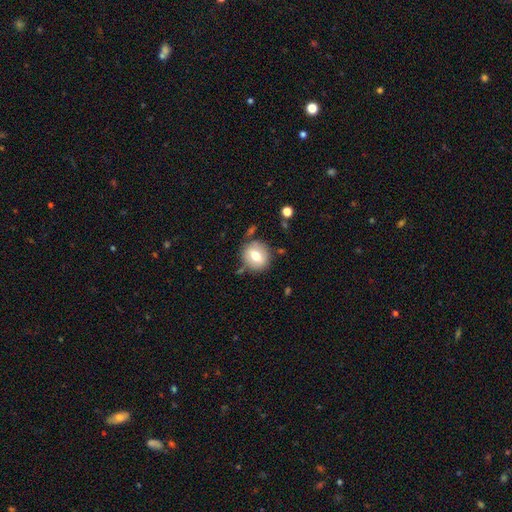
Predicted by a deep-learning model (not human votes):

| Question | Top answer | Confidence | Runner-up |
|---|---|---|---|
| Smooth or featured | smooth | 68% | featured or disk (23%) |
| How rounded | round | 81% | in between (18%) |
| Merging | none | 79% | minor disturbance (12%) |